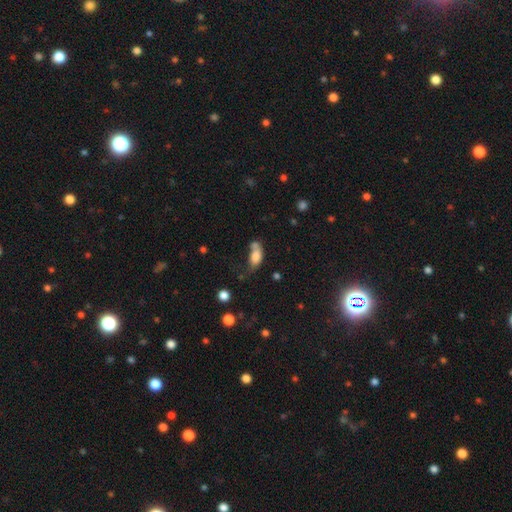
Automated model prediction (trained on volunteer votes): This appears to be a smooth galaxy with no disk features (76%) that is in between round and cigar-shaped (84%). Merging: merger (31%).